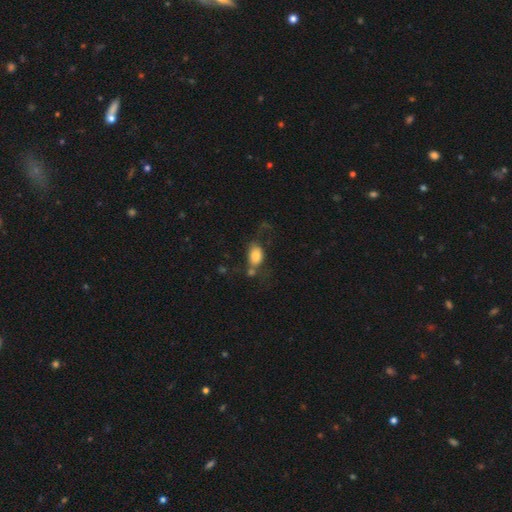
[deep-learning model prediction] A smooth galaxy with no disk features (77%) that is in between round and cigar-shaped (81%).

Vote fractions:
- Smooth or featured? smooth: 77% / featured or disk: 15% / star or artifact: 8%
- How rounded? in between: 81% / round: 17% / cigar-shaped: 2%
- Merging? none: 37% / major disturbance: 22% / merger: 21% / minor disturbance: 20%